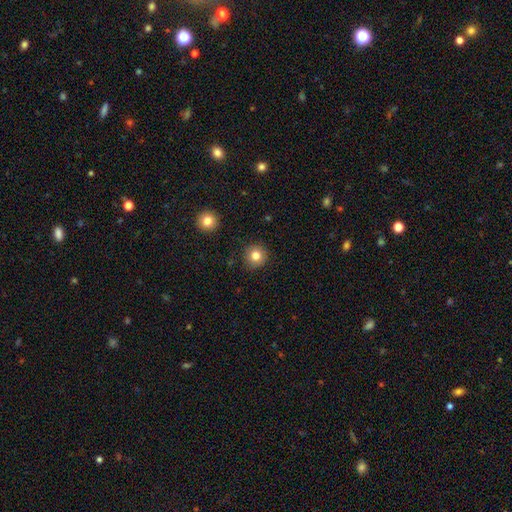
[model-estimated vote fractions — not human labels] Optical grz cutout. It shows a smooth galaxy with no disk features (81%) that is round (94%). Merging: none (90%).